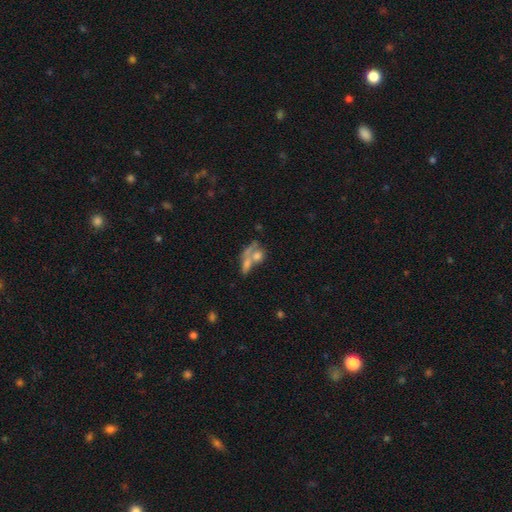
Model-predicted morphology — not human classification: smooth 56%, featured or disk 30%, star or artifact 14%. Down the decision tree: how rounded — in between (54%); merging — merger (54%).